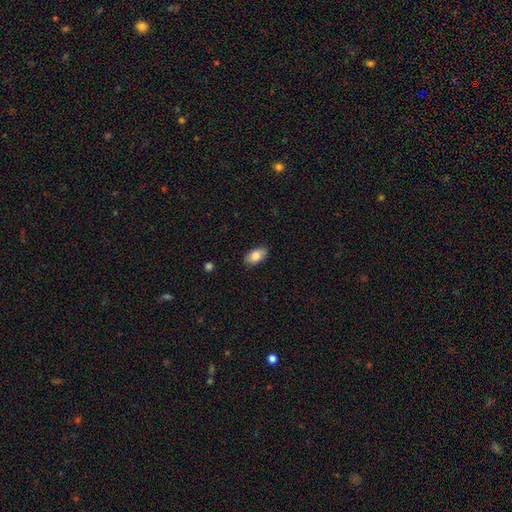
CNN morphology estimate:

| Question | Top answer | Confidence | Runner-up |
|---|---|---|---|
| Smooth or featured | smooth | 82% | featured or disk (11%) |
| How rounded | in between | 93% | round (4%) |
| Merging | none | 87% | minor disturbance (10%) |